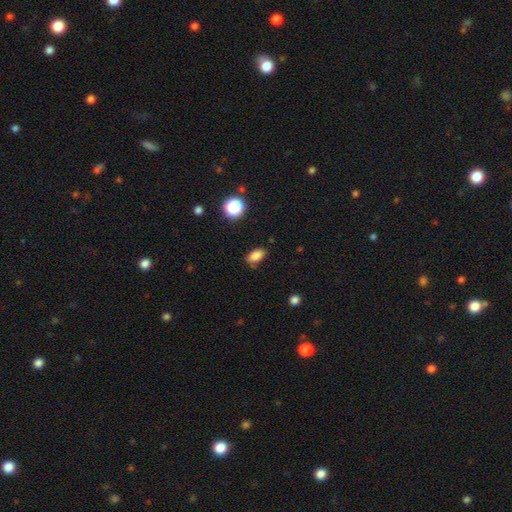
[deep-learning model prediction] Smooth or featured? smooth (83%)
How rounded? in between (88%)
Merging? none (78%)